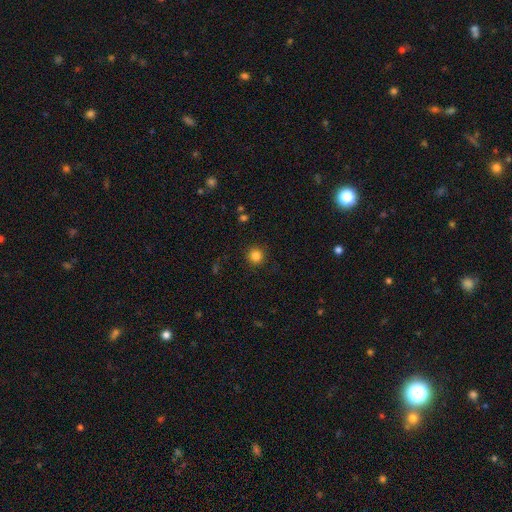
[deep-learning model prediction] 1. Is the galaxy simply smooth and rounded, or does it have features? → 83% smooth, 12% star or artifact, 4% featured or disk.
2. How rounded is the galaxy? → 95% round, 4% in between, 1% cigar-shaped.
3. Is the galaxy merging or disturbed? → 91% none, 6% minor disturbance, 2% major disturbance, 1% merger.